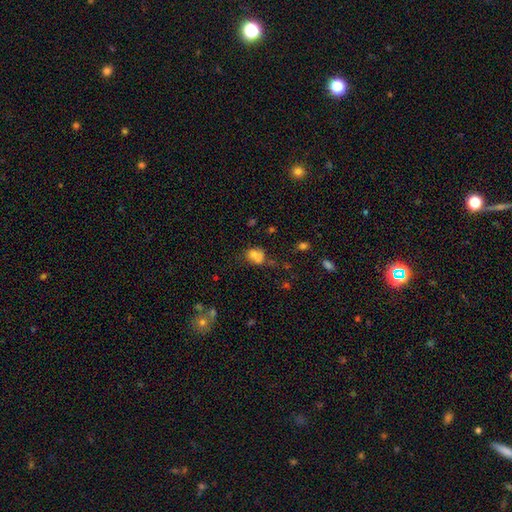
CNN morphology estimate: Smooth or featured? Predicted: smooth (p=0.71). How rounded? Predicted: in between (p=0.61). Merging? Predicted: none (p=0.39).